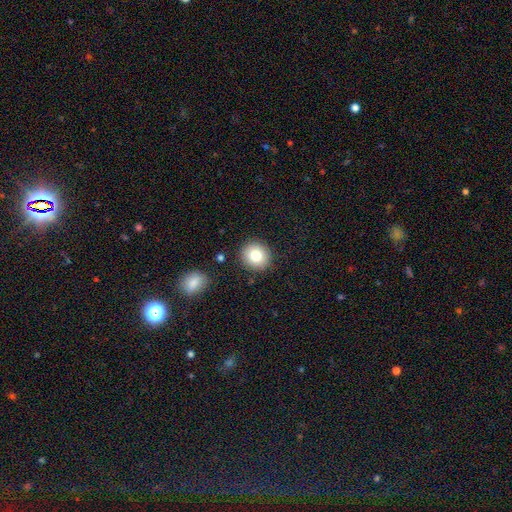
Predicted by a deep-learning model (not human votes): The model was most divided on "smooth or featured": smooth: 80%, star or artifact: 10%, featured or disk: 10%. More confident: merging — none (88%); how rounded — round (86%).